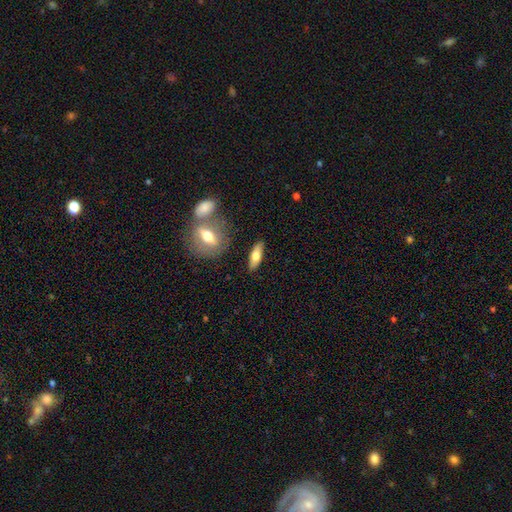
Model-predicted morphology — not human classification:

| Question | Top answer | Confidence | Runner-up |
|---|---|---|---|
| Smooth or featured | smooth | 66% | featured or disk (28%) |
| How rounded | in between | 58% | cigar-shaped (39%) |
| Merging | none | 84% | minor disturbance (10%) |